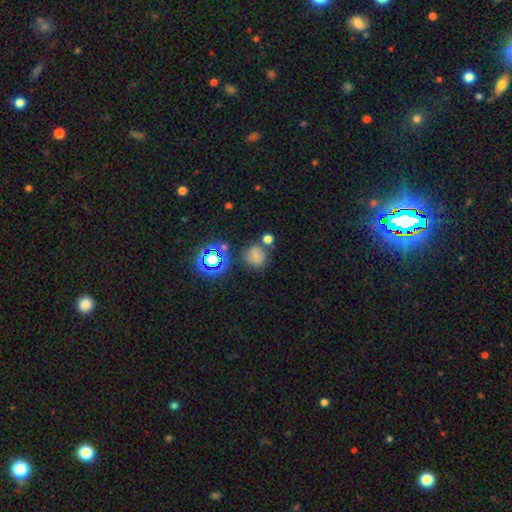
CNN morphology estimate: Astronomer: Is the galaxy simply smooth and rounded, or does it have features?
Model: smooth — 64%.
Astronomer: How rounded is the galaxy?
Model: round — 84%.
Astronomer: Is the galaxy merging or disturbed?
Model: none — 67%.